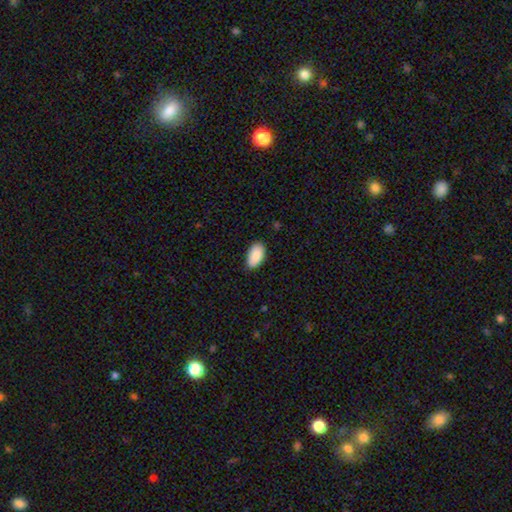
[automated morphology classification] smooth-or-featured: smooth: 90% | star or artifact: 6% | featured or disk: 4%
  how-rounded: in between: 96% | round: 3% | cigar-shaped: 2%
  merging: none: 85% | minor disturbance: 12% | major disturbance: 2% | merger: 1%